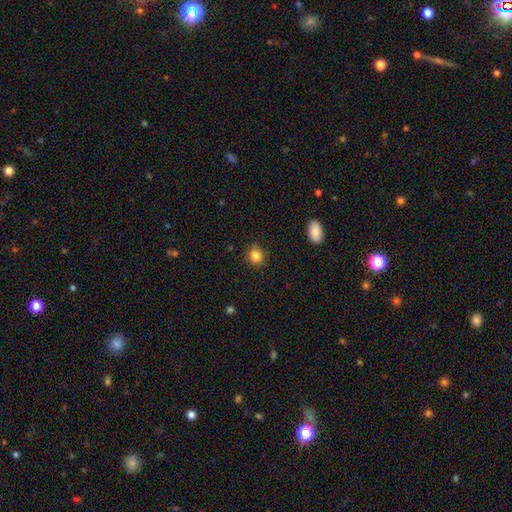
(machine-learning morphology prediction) Smooth or featured: smooth — 84% (star or artifact — 11%)
How rounded: round — 77% (in between — 22%)
Merging: none — 84% (minor disturbance — 11%)